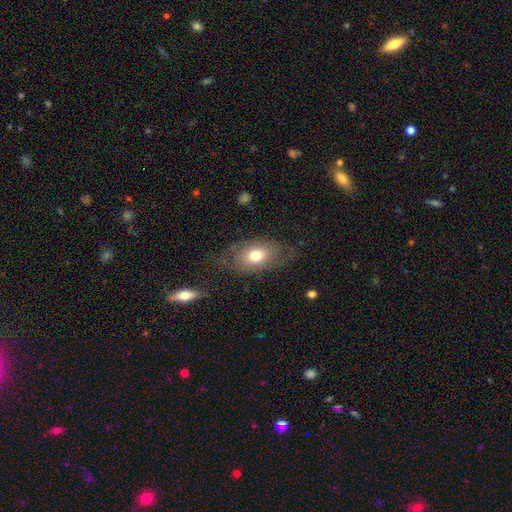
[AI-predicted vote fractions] Smooth or featured? smooth (69%)
How rounded? in between (85%)
Merging? none (67%)